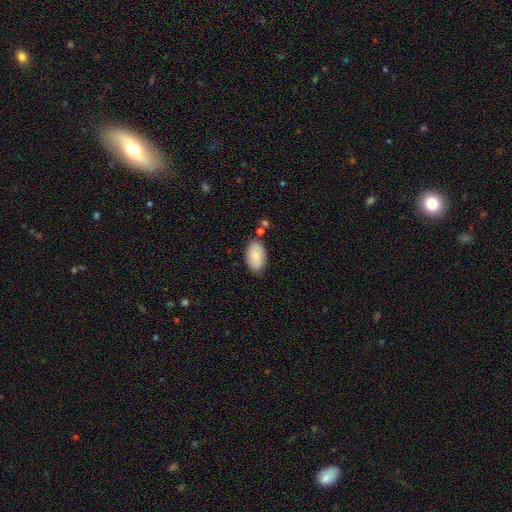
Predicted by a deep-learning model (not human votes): Q: Smooth or featured?
A: smooth (72%); runner-up: featured or disk (21%)
Q: How rounded?
A: in between (94%); runner-up: round (5%)
Q: Merging?
A: none (77%); runner-up: minor disturbance (16%)